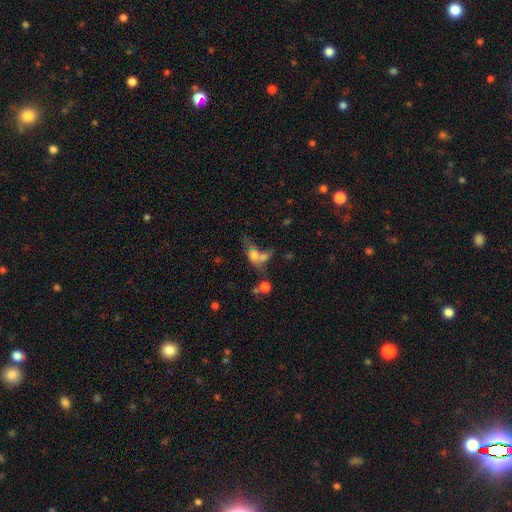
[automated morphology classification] A smooth galaxy with no disk features (61%) that is in between round and cigar-shaped (71%). Merging: merger (47%).